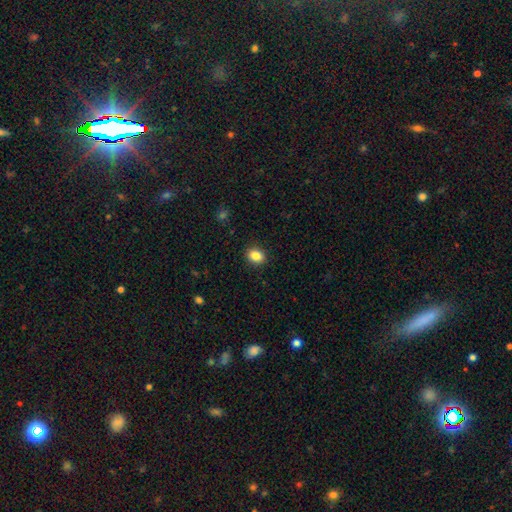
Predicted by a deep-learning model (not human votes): This appears to be a smooth galaxy with no disk features (86%) that is in between round and cigar-shaped (51%). Merging: none (90%).